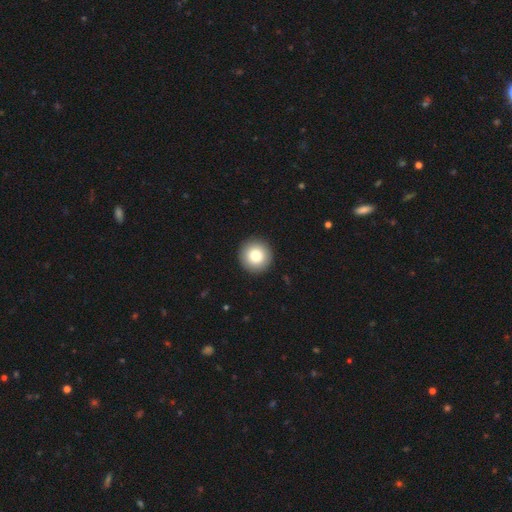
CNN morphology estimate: Smooth or featured?
  - smooth: 83% *
  - featured or disk: 9%
  - star or artifact: 9%
How rounded?
  - round: 96% *
  - in between: 3%
  - cigar-shaped: 1%
Merging?
  - none: 93% *
  - minor disturbance: 5%
  - major disturbance: 2%
  - merger: 1%